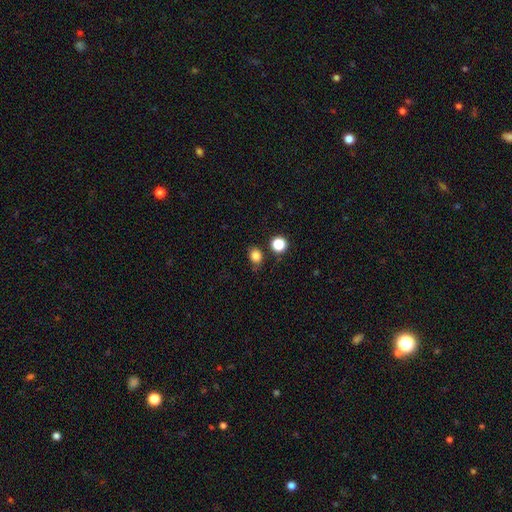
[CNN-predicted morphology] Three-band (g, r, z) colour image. It shows a smooth galaxy with no disk features (82%) that is round (56%). Merging: none (75%).